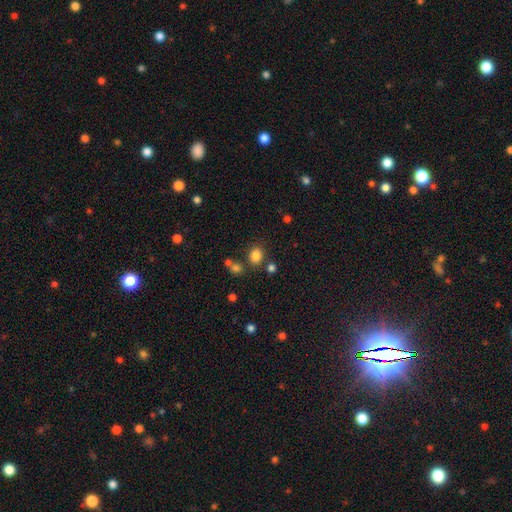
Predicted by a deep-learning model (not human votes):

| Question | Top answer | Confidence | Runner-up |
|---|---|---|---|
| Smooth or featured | smooth | 82% | star or artifact (13%) |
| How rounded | round | 55% | in between (44%) |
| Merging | none | 75% | minor disturbance (11%) |